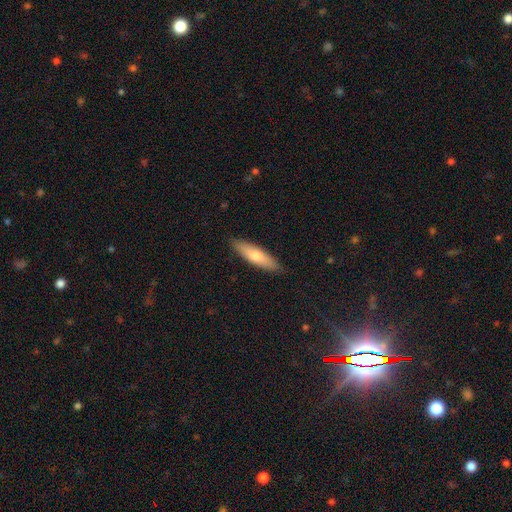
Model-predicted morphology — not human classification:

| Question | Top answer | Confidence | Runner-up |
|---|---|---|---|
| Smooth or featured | smooth | 68% | featured or disk (27%) |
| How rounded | cigar-shaped | 65% | in between (33%) |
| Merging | none | 88% | minor disturbance (9%) |